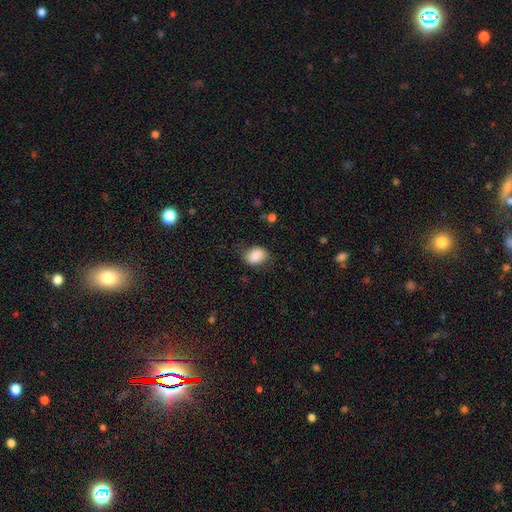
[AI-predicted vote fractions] Overall: smooth (83%). How rounded: in between (69%; round 30%). Merging: none (71%).